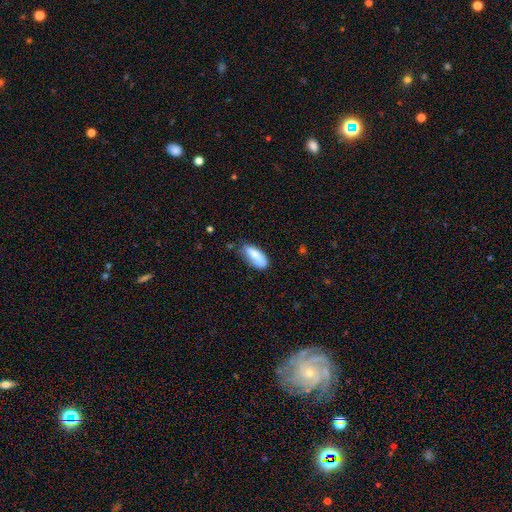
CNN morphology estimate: A smooth galaxy with no disk features (78%) that is in between round and cigar-shaped (77%).

Vote fractions:
- Smooth or featured? smooth: 78% / featured or disk: 16% / star or artifact: 7%
- How rounded? in between: 77% / cigar-shaped: 21% / round: 2%
- Merging? none: 54% / minor disturbance: 32% / major disturbance: 9% / merger: 5%